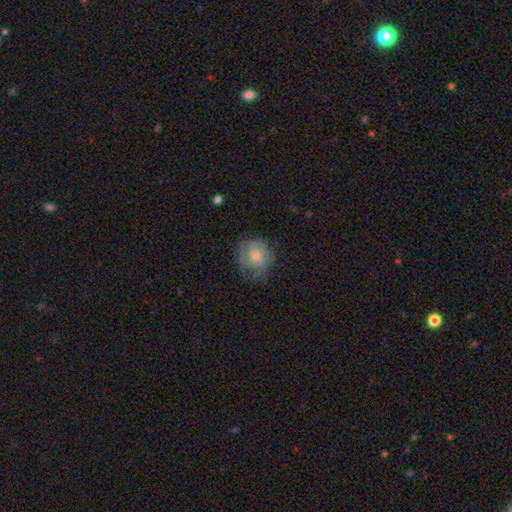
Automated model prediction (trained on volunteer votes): smooth_or_featured: featured or disk (p=0.57) [alt: smooth p=0.35]
disk_edge_on: no (p=0.97) [alt: yes p=0.03]
bar: no (p=0.75) [alt: weak p=0.22]
has_spiral_arms: yes (p=0.85) [alt: no p=0.15]
bulge_size: moderate (p=0.50) [alt: small p=0.42]
merging: none (p=0.69) [alt: minor disturbance p=0.21]